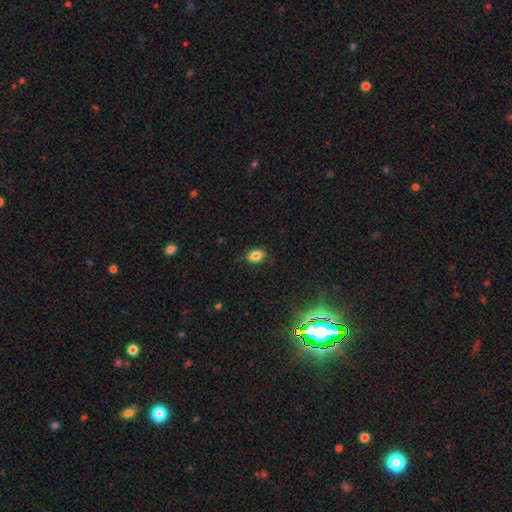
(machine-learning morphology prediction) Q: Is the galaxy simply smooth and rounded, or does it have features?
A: smooth — 84%.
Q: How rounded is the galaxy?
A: in between — 85%.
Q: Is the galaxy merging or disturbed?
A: none — 84%.